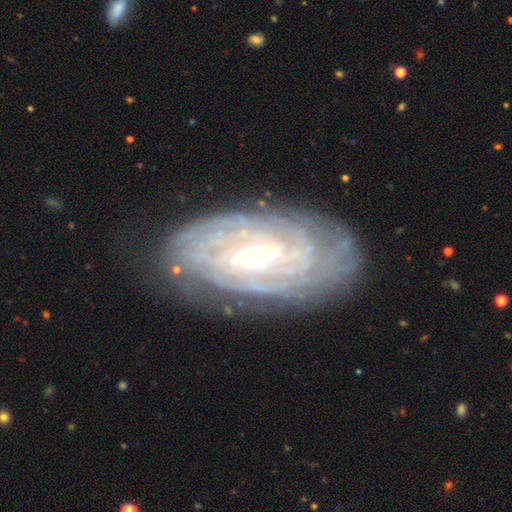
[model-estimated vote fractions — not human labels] featured or disk 87%, smooth 8%, star or artifact 6%. Down the decision tree: edge-on disk — no (93%); bar — weak (45%); spiral arms — yes (93%); spiral arm count — can't tell (47%); spiral winding — tight (77%); bulge size — small (53%); merging — none (75%).